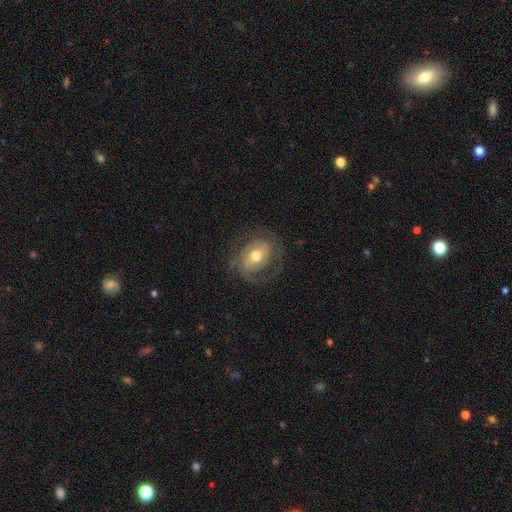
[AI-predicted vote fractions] Smooth or featured? Predicted: featured or disk (p=0.78). Edge-on disk? Predicted: no (p=0.97). Bar? Predicted: no (p=0.45). Spiral arms? Predicted: yes (p=0.88). Spiral winding? Predicted: tight (p=0.48). Spiral arm count? Predicted: 2 (p=0.53). Bulge size? Predicted: moderate (p=0.74). Merging? Predicted: none (p=0.69).